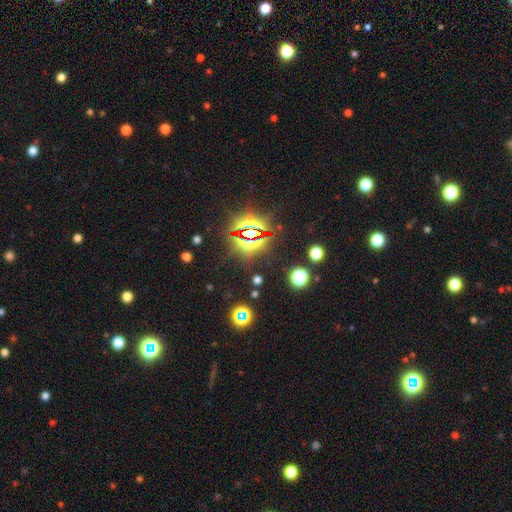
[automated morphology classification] type=star or artifact (82%).